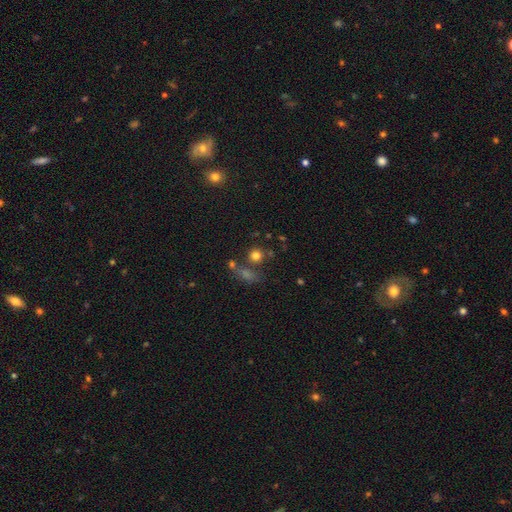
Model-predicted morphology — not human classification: smooth-or-featured: smooth: 75% | star or artifact: 17% | featured or disk: 8%
  how-rounded: round: 88% | in between: 11% | cigar-shaped: 1%
  merging: none: 68% | merger: 18% | minor disturbance: 10% | major disturbance: 5%